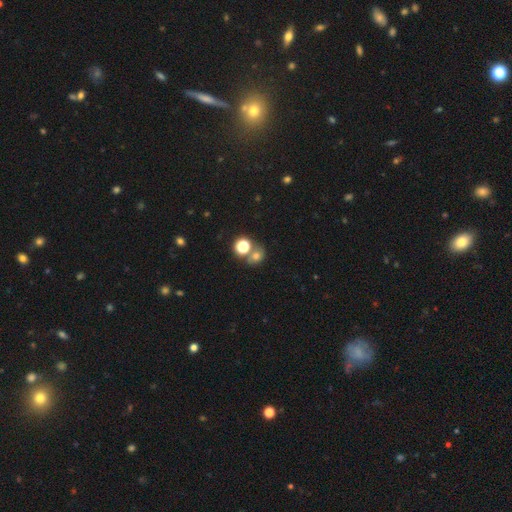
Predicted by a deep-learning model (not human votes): This is likely a smooth galaxy (66%). How rounded: likely round (67%). Merging: possibly none (51%).